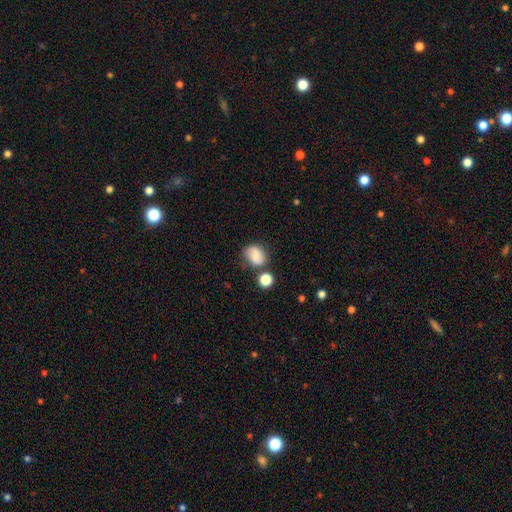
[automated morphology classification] Overall: smooth (67%). How rounded: round (51%; in between 47%). Merging: none (67%).